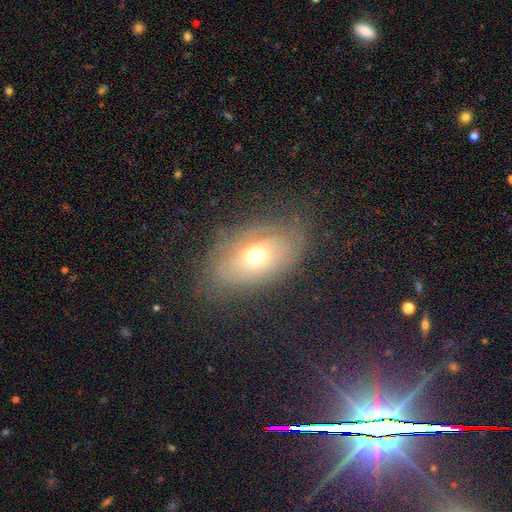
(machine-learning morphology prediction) The model was most divided on "smooth or featured": featured or disk: 48%, smooth: 41%, star or artifact: 11%. More confident: merging — none (74%).